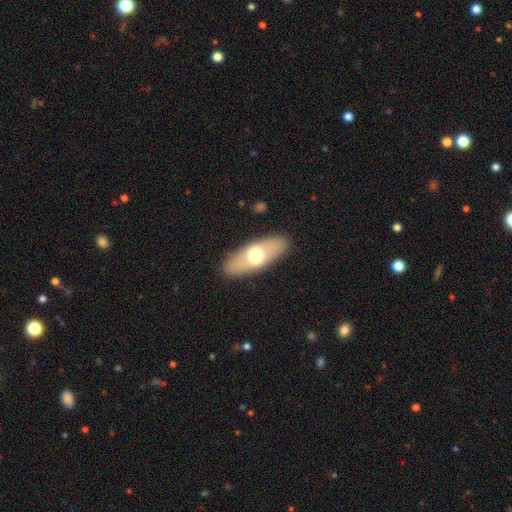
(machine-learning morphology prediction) smooth 59%, featured or disk 34%, star or artifact 6%. Down the decision tree: how rounded — in between (71%); merging — none (88%).